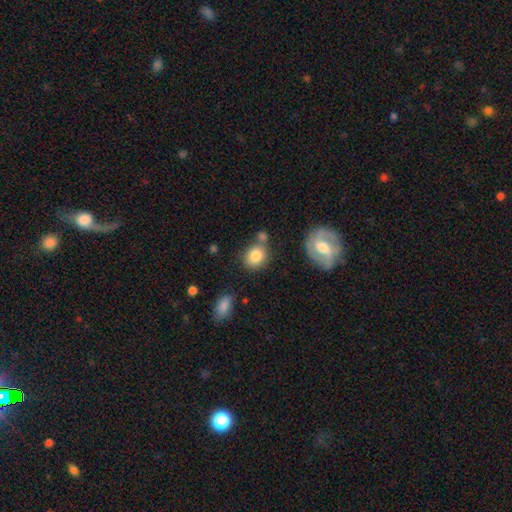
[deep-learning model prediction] smooth_or_featured: smooth (p=0.83) [alt: featured or disk p=0.10]
how_rounded: round (p=0.66) [alt: in between p=0.33]
merging: none (p=0.63) [alt: merger p=0.17]